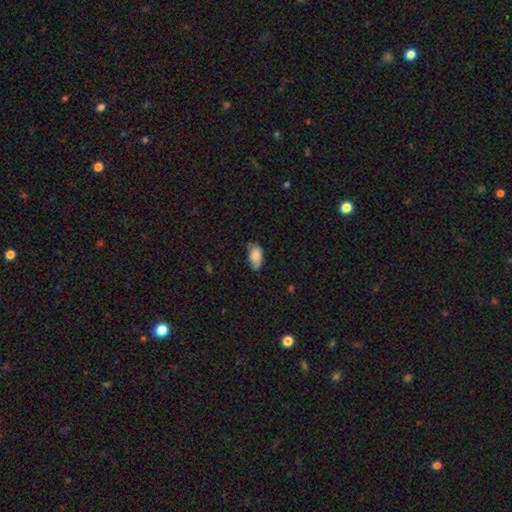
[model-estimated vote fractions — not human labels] Morphology: type=smooth (79%); roundness=in between (93%); merging=none (56%).